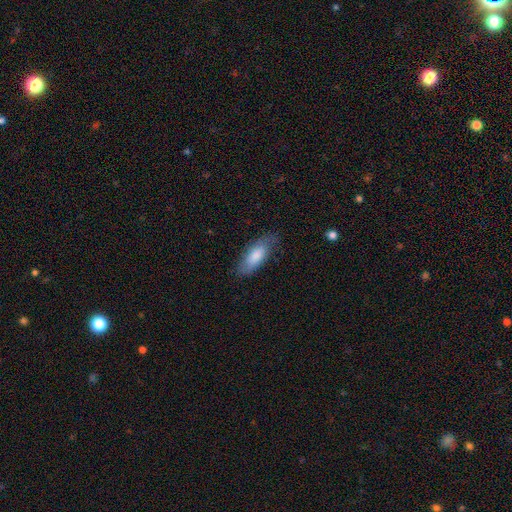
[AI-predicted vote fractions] smooth_or_featured: smooth (p=0.76) [alt: featured or disk p=0.18]
how_rounded: in between (p=0.76) [alt: cigar-shaped p=0.23]
merging: none (p=0.72) [alt: minor disturbance p=0.21]